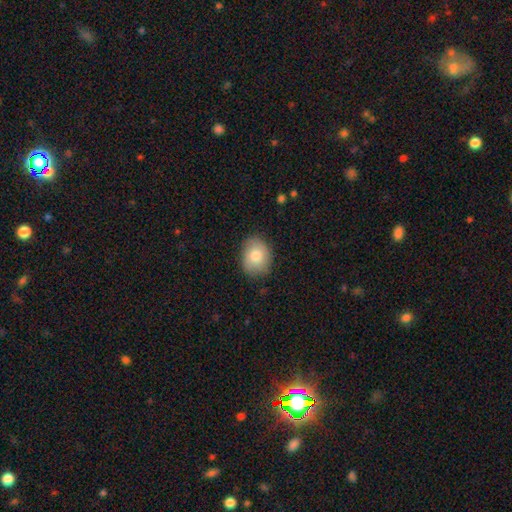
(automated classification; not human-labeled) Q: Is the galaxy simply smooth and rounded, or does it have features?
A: smooth — 79%.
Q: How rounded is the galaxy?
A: round — 52%.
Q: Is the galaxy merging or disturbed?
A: none — 82%.